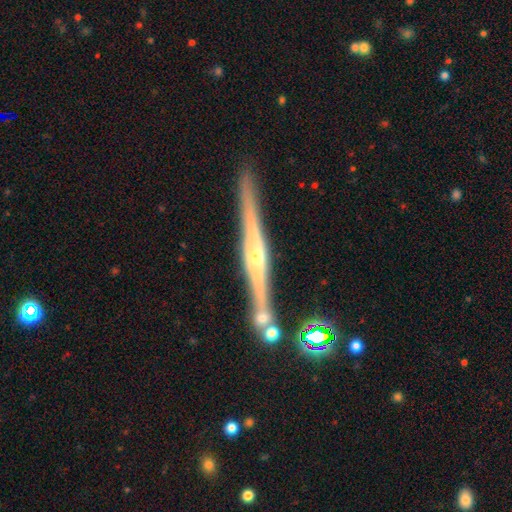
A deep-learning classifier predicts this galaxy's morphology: Q: Smooth or featured?
A: featured or disk (83%); runner-up: smooth (10%)
Q: Edge-on disk?
A: yes (98%); runner-up: no (2%)
Q: Edge-on bulge?
A: rounded (81%); runner-up: boxy (10%)
Q: Merging?
A: none (86%); runner-up: minor disturbance (8%)